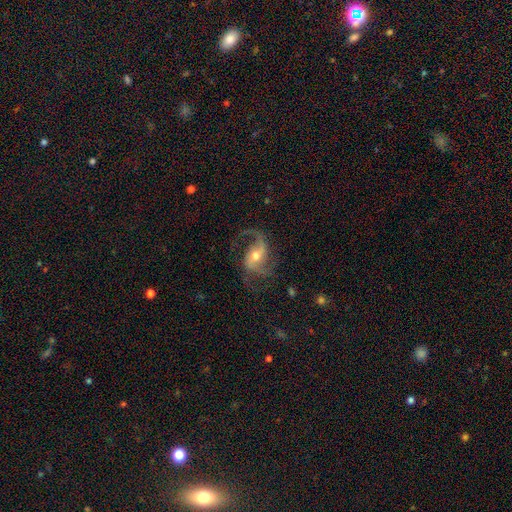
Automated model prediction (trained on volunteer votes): featured or disk 87%, smooth 7%, star or artifact 6%. Down the decision tree: edge-on disk — no (97%); bar — no (41%); spiral arms — yes (97%); spiral arm count — 2 (64%); spiral winding — loose (52%); bulge size — moderate (64%); merging — none (62%).